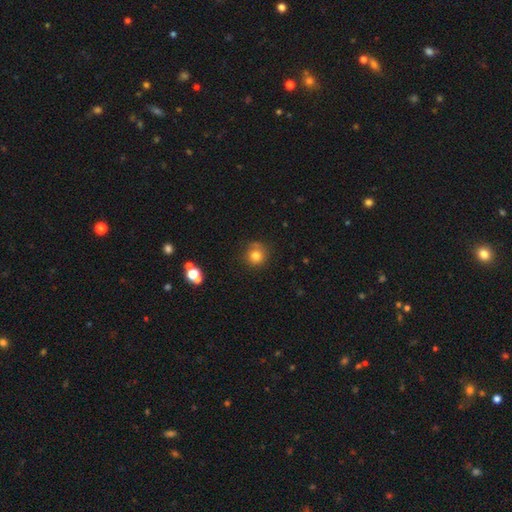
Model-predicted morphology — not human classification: Smooth or featured?
  - smooth: 79% *
  - star or artifact: 12%
  - featured or disk: 8%
How rounded?
  - round: 91% *
  - in between: 8%
  - cigar-shaped: 1%
Merging?
  - none: 72% *
  - minor disturbance: 18%
  - major disturbance: 6%
  - merger: 3%